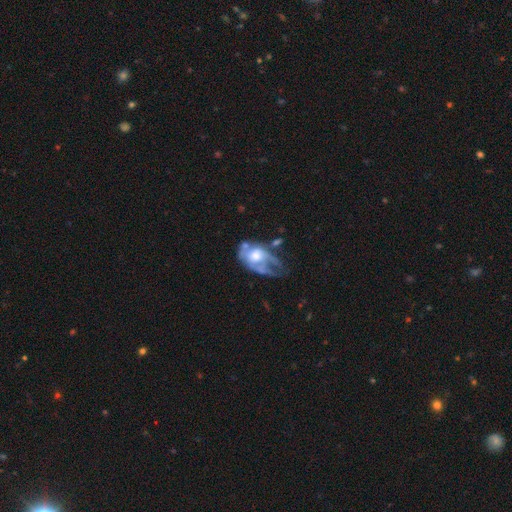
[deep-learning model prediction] Q: Smooth or featured?
A: featured or disk (61%); runner-up: smooth (31%)
Q: Edge-on disk?
A: no (95%); runner-up: yes (5%)
Q: Bar?
A: no (80%); runner-up: weak (17%)
Q: Spiral arms?
A: no (60%); runner-up: yes (40%)
Q: Bulge size?
A: moderate (49%); runner-up: large (28%)
Q: Merging?
A: major disturbance (43%); runner-up: minor disturbance (22%)